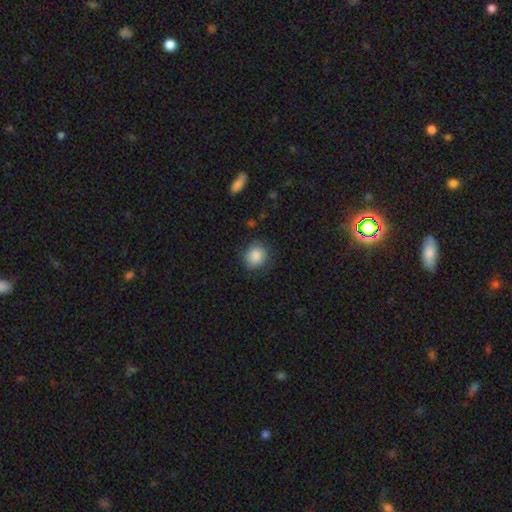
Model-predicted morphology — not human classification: A smooth galaxy with no disk features (86%) that is round (78%).

Vote fractions:
- Smooth or featured? smooth: 86% / star or artifact: 8% / featured or disk: 7%
- How rounded? round: 78% / in between: 21% / cigar-shaped: 1%
- Merging? none: 76% / minor disturbance: 17% / major disturbance: 5% / merger: 1%